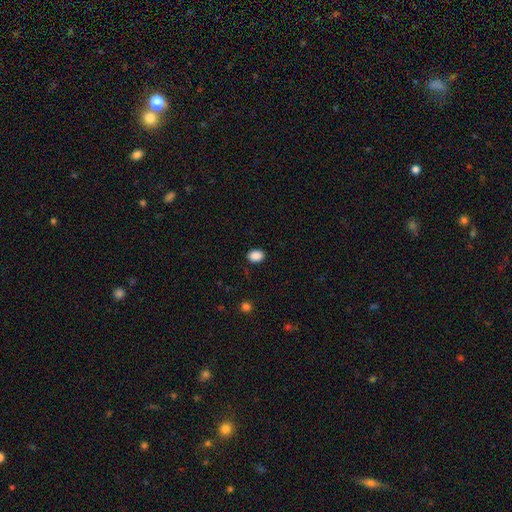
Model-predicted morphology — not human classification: Smooth or featured? smooth (89%)
How rounded? in between (73%)
Merging? none (88%)